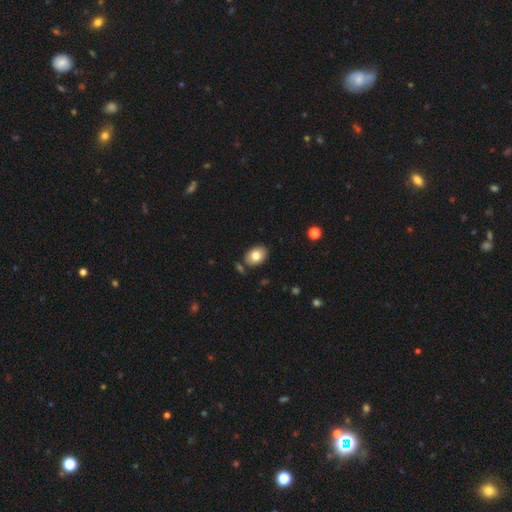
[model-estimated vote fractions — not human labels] A smooth galaxy with no disk features (80%) that is in between round and cigar-shaped (73%). Merging: none (81%).